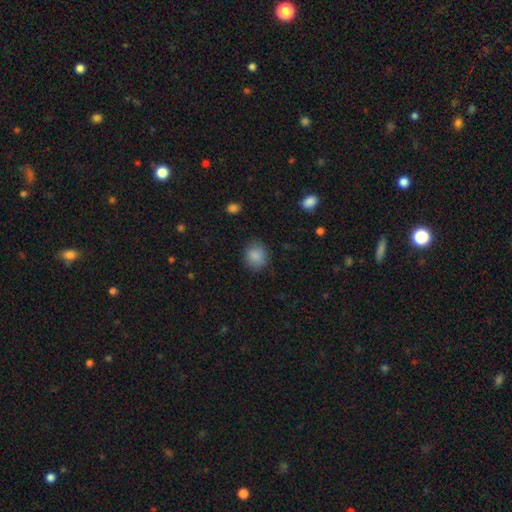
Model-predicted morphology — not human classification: This appears to be a smooth galaxy with no disk features (87%) that is round (71%). Merging: none (84%).